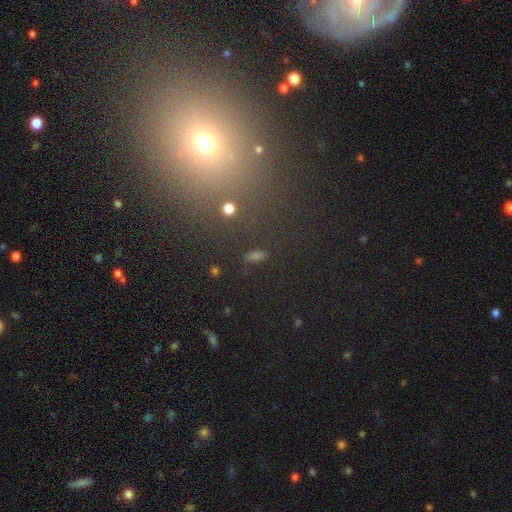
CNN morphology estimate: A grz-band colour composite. It shows a star or artifact, not a galaxy (46%).